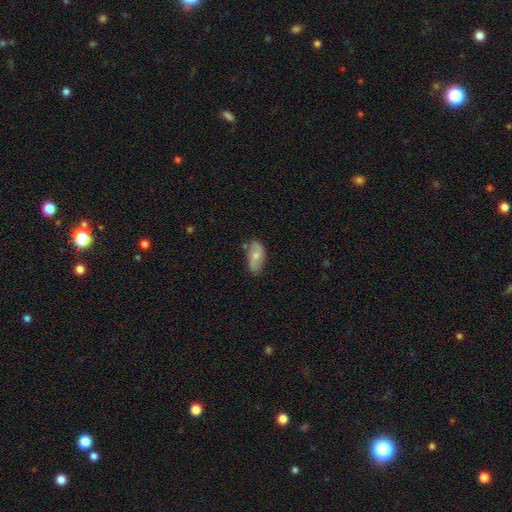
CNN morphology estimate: smooth_or_featured: smooth (p=0.63) [alt: featured or disk p=0.30]
how_rounded: in between (p=0.92) [alt: cigar-shaped p=0.05]
merging: none (p=0.67) [alt: minor disturbance p=0.24]